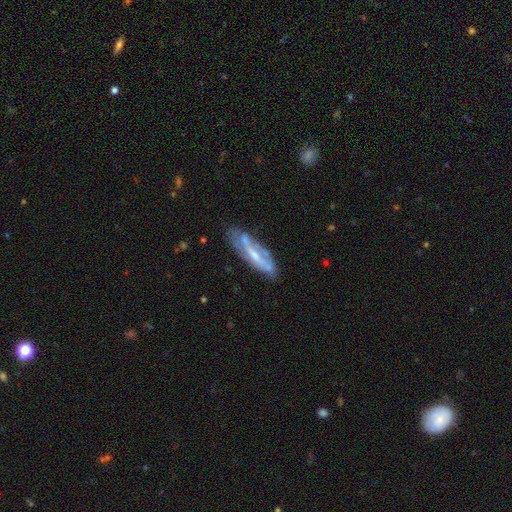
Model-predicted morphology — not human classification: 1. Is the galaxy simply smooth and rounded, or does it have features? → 68% featured or disk, 26% smooth, 6% star or artifact.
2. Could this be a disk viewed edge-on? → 66% no, 34% yes.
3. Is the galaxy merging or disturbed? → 61% none, 24% minor disturbance, 10% major disturbance, 5% merger.